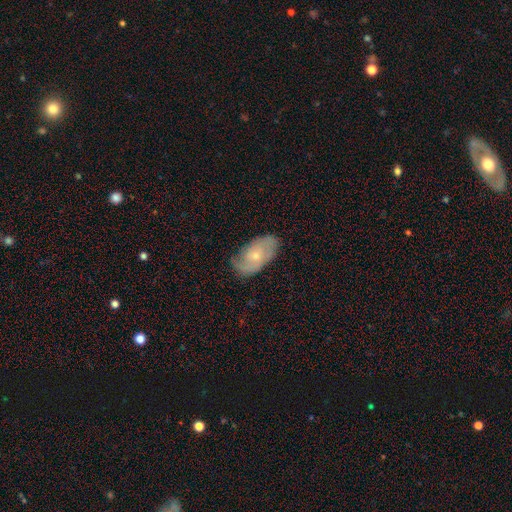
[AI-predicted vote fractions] featured or disk 62%, smooth 32%, star or artifact 6%. Down the decision tree: edge-on disk — no (94%); bar — no (75%); spiral arms — yes (85%); bulge size — small (63%); merging — none (71%).